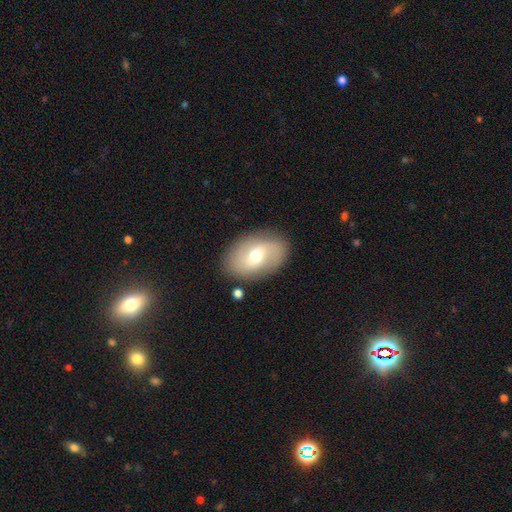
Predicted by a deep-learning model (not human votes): Smooth or featured?
  - featured or disk: 47% *
  - smooth: 45%
  - star or artifact: 8%
Merging?
  - none: 83% *
  - minor disturbance: 11%
  - major disturbance: 4%
  - merger: 2%